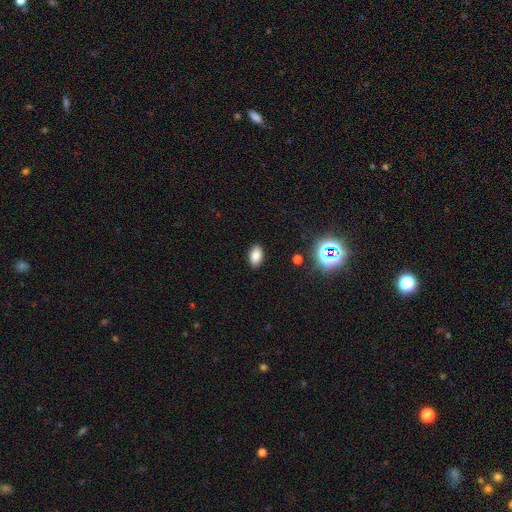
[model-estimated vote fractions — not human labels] smooth-or-featured: smooth: 83% | star or artifact: 12% | featured or disk: 5%
  how-rounded: in between: 91% | round: 7% | cigar-shaped: 2%
  merging: none: 88% | minor disturbance: 9% | major disturbance: 2% | merger: 1%